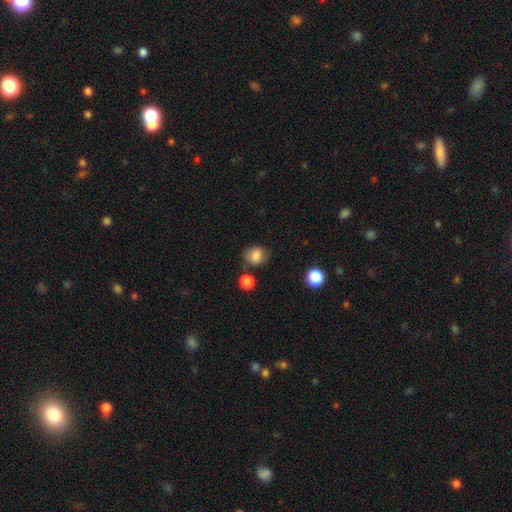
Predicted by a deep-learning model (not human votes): Smooth or featured? Predicted: smooth (p=0.80). How rounded? Predicted: round (p=0.56). Merging? Predicted: none (p=0.63).